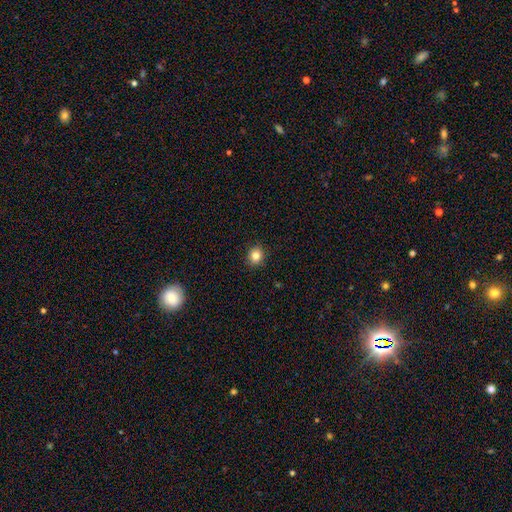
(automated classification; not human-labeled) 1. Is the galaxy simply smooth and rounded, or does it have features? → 83% smooth, 11% star or artifact, 6% featured or disk.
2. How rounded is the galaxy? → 78% round, 21% in between, 1% cigar-shaped.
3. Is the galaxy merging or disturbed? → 91% none, 7% minor disturbance, 2% major disturbance, 1% merger.